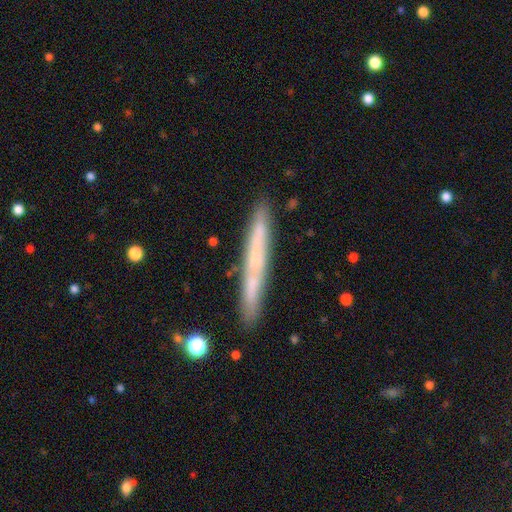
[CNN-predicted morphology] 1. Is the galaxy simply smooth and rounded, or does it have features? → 50% smooth, 42% featured or disk, 7% star or artifact.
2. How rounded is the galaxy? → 96% cigar-shaped, 3% in between, 1% round.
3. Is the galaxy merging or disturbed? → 83% none, 11% minor disturbance, 4% merger, 2% major disturbance.